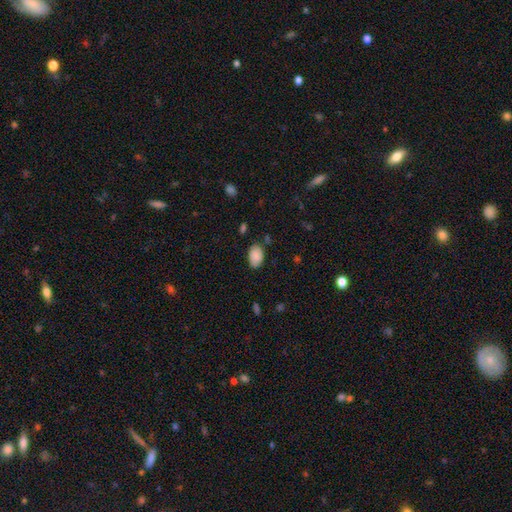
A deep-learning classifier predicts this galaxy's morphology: A smooth galaxy with no disk features (86%) that is in between round and cigar-shaped (90%). Merging: none (75%).